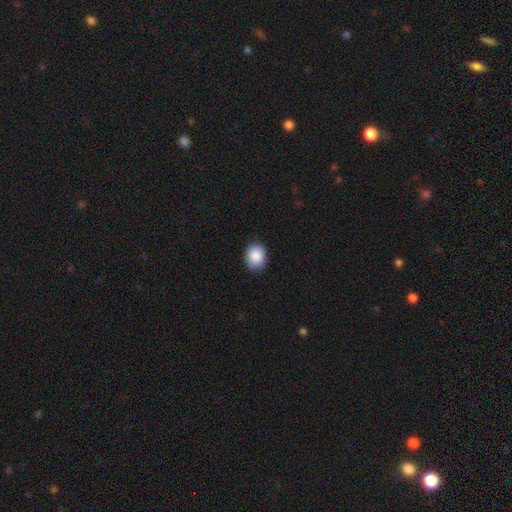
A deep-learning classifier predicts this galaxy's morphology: Smooth or featured? Predicted: smooth (p=0.88). How rounded? Predicted: in between (p=0.58). Merging? Predicted: none (p=0.87).